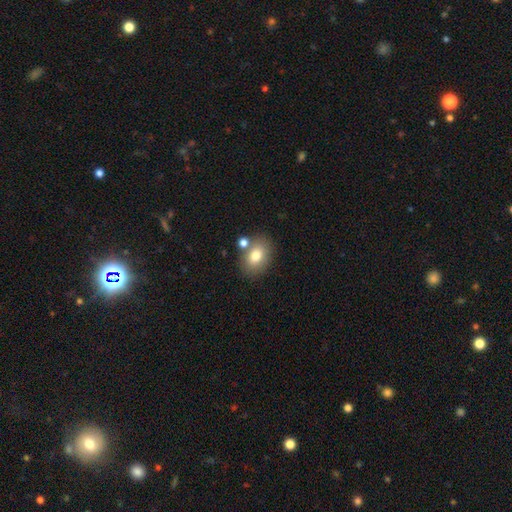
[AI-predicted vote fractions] Smooth or featured?
  - smooth: 77% *
  - featured or disk: 13%
  - star or artifact: 9%
How rounded?
  - in between: 74% *
  - round: 25%
  - cigar-shaped: 1%
Merging?
  - none: 71% *
  - merger: 14%
  - minor disturbance: 12%
  - major disturbance: 3%